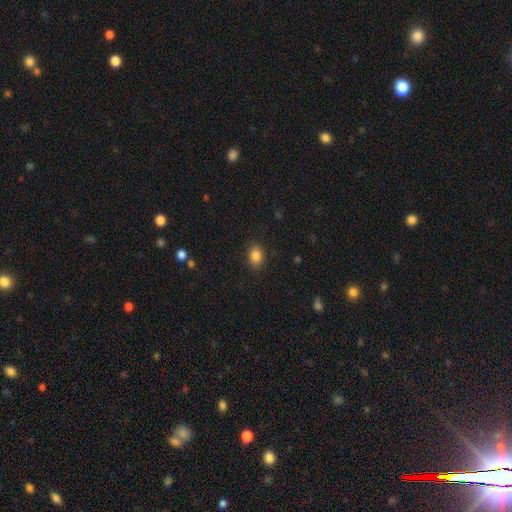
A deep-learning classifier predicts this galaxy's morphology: Q: Smooth or featured?
A: smooth (85%); runner-up: star or artifact (10%)
Q: How rounded?
A: in between (67%); runner-up: round (31%)
Q: Merging?
A: none (87%); runner-up: minor disturbance (9%)